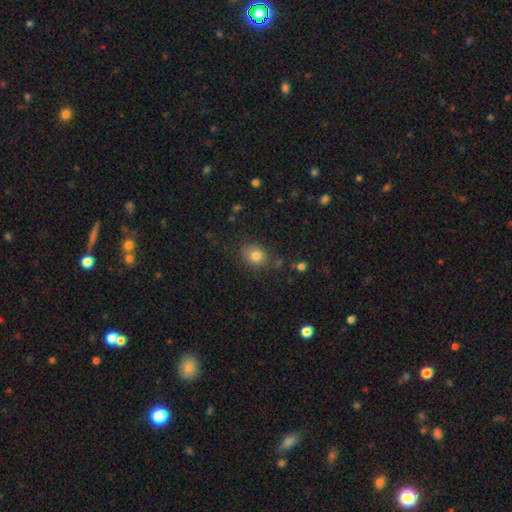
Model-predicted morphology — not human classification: A smooth galaxy with no disk features (81%) that is round (61%).

Vote fractions:
- Smooth or featured? smooth: 81% / star or artifact: 11% / featured or disk: 8%
- How rounded? round: 61% / in between: 38% / cigar-shaped: 1%
- Merging? none: 78% / minor disturbance: 15% / major disturbance: 4% / merger: 3%